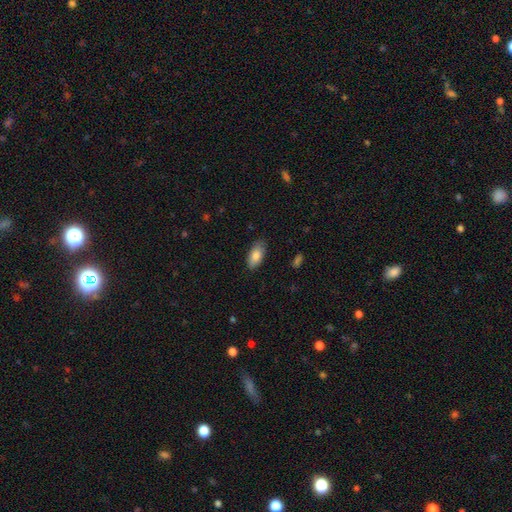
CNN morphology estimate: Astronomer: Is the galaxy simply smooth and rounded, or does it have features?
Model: smooth — 83%.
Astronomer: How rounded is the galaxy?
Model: in between — 91%.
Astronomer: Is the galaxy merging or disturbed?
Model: none — 81%.